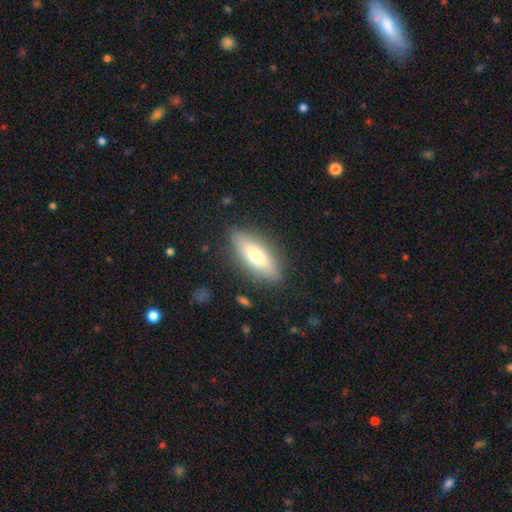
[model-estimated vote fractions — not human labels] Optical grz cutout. It shows a smooth galaxy with no disk features (66%) that is in between round and cigar-shaped (61%). Merging: none (85%).